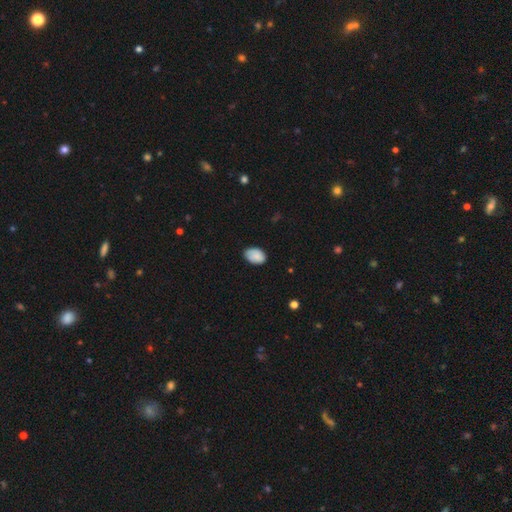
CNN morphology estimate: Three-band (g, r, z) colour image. It shows a smooth galaxy with no disk features (86%) that is in between round and cigar-shaped (87%). Merging: none (73%).